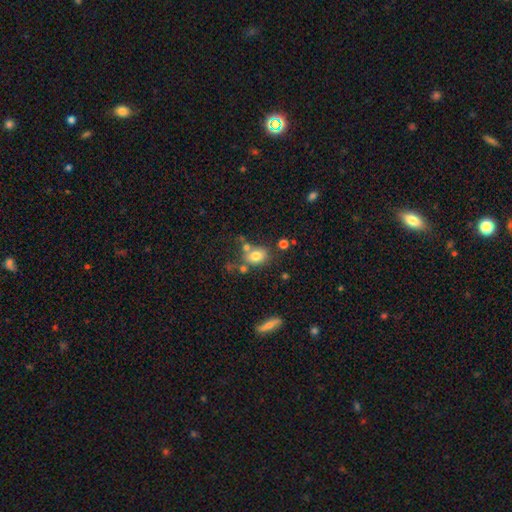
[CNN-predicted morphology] type=smooth (76%); roundness=in between (68%); merging=none (55%).